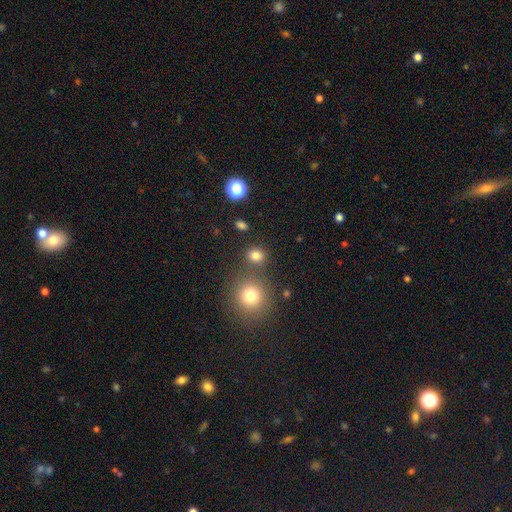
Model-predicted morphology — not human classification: smooth-or-featured: smooth: 79% | star or artifact: 15% | featured or disk: 5%
  how-rounded: round: 66% | in between: 33% | cigar-shaped: 1%
  merging: none: 75% | merger: 11% | minor disturbance: 9% | major disturbance: 4%